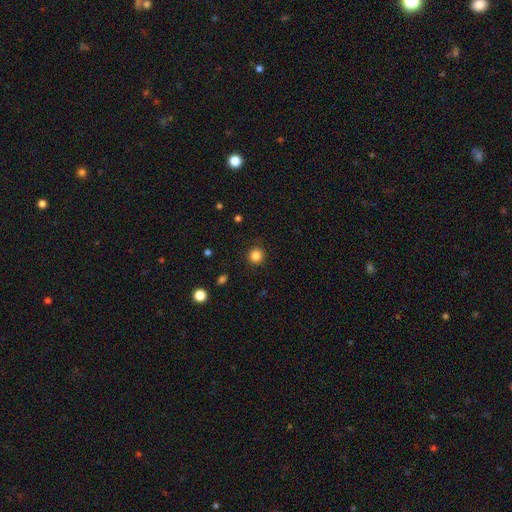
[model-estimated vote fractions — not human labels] A smooth galaxy with no disk features (85%) that is round (94%).

Vote fractions:
- Smooth or featured? smooth: 85% / star or artifact: 12% / featured or disk: 3%
- How rounded? round: 94% / in between: 5% / cigar-shaped: 1%
- Merging? none: 90% / minor disturbance: 7% / major disturbance: 2% / merger: 1%